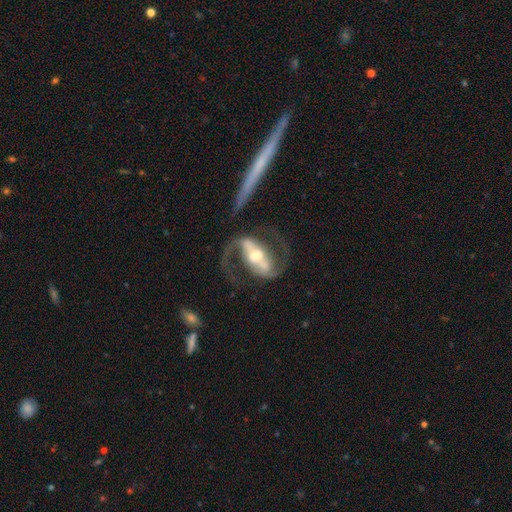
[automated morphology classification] smooth-or-featured: featured or disk: 91% | smooth: 5% | star or artifact: 4%
  disk-edge-on: no: 95% | yes: 5%
    bar: strong: 68% | weak: 22% | no: 11%
    has-spiral-arms: yes: 95% | no: 5%
      spiral-winding: medium: 55% | loose: 32% | tight: 13%
      spiral-arm-count: 2: 93% | 1: 2% | can't tell: 2% | 3: 1% | 4: 1% | more than 4: 1%
    bulge-size: moderate: 59% | small: 30% | large: 8% | none: 2% | dominant: 2%
  merging: none: 71% | major disturbance: 13% | minor disturbance: 12% | merger: 4%